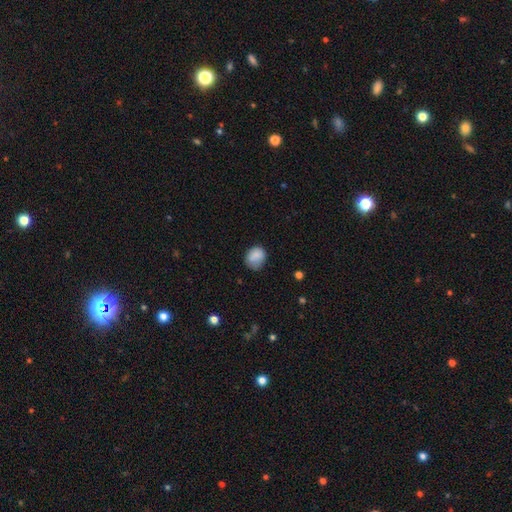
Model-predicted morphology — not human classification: This is clearly a smooth galaxy (85%). How rounded: likely round (62%). Merging: likely none (63%).